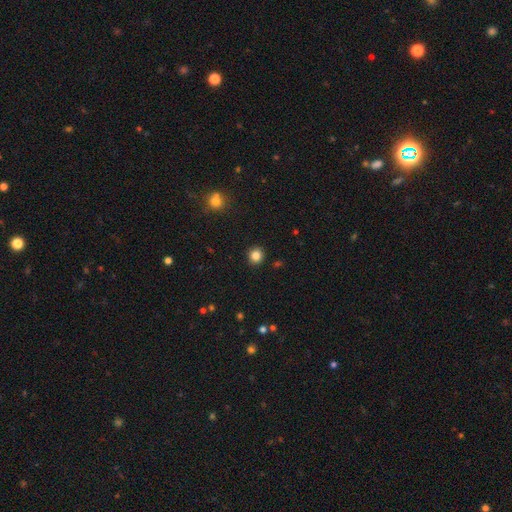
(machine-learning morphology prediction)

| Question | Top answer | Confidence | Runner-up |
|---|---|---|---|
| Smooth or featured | smooth | 84% | star or artifact (11%) |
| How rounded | round | 89% | in between (10%) |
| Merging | none | 92% | minor disturbance (5%) |